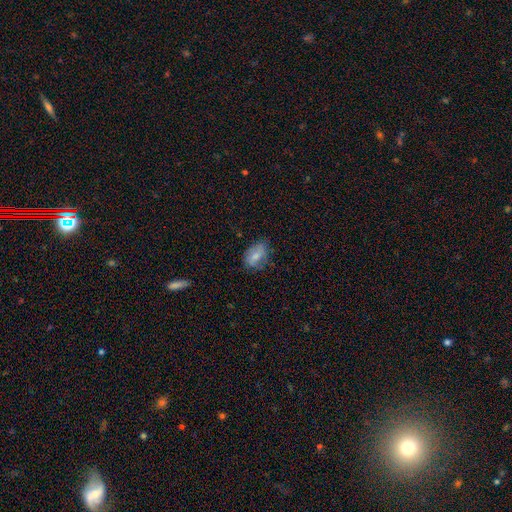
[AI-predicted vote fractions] A smooth galaxy with no disk features (68%) that is in between round and cigar-shaped (85%). Merging: none (61%).